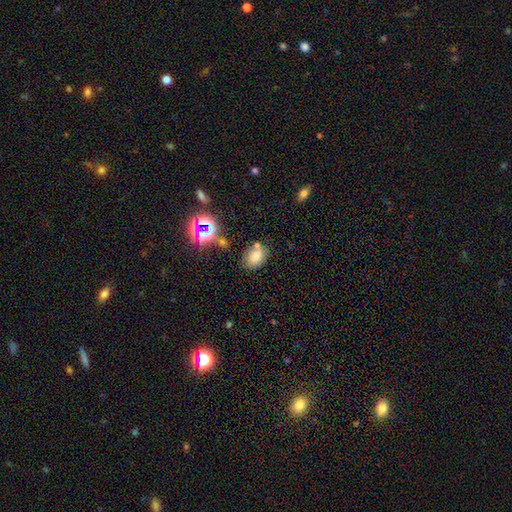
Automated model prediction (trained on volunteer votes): This appears to be a smooth galaxy with no disk features (72%) that is in between round and cigar-shaped (72%). Merging: none (69%).